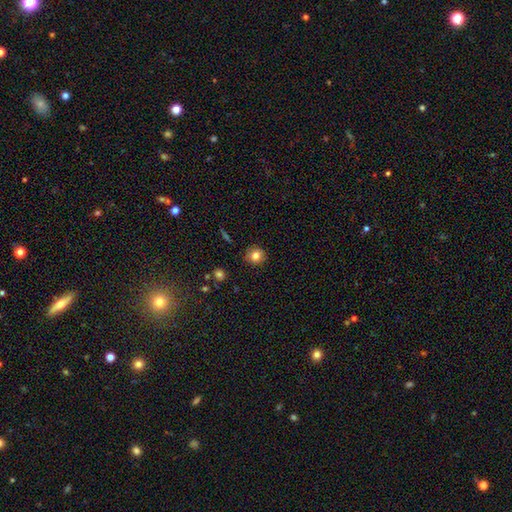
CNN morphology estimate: This is clearly a smooth galaxy (80%). How rounded: clearly round (91%). Merging: clearly none (89%).